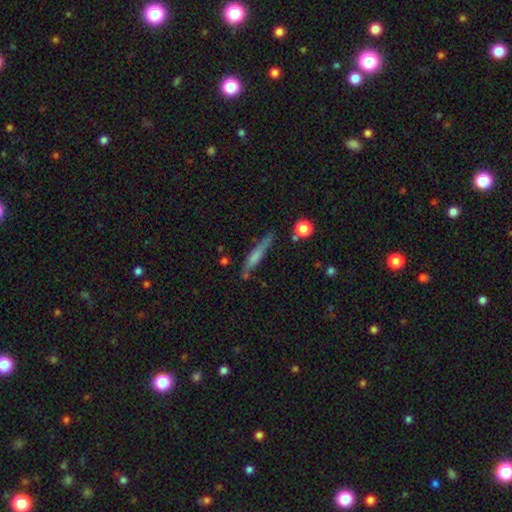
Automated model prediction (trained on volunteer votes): smooth-or-featured: smooth: 59% | featured or disk: 33% | star or artifact: 8%
  how-rounded: cigar-shaped: 90% | in between: 8% | round: 2%
  merging: none: 67% | minor disturbance: 21% | merger: 6% | major disturbance: 6%